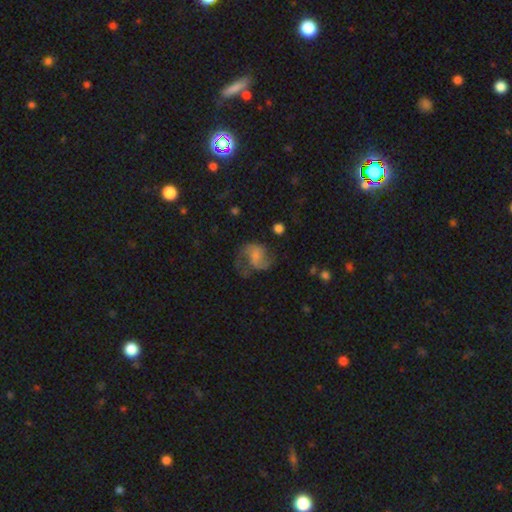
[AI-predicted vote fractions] The model was most divided on "merging": none: 41%, major disturbance: 33%, minor disturbance: 24%, merger: 3%. Remaining: edge-on disk — no (98%); spiral arms — yes (82%); smooth or featured — featured or disk (58%); bar — no (57%); bulge size — small (43%).